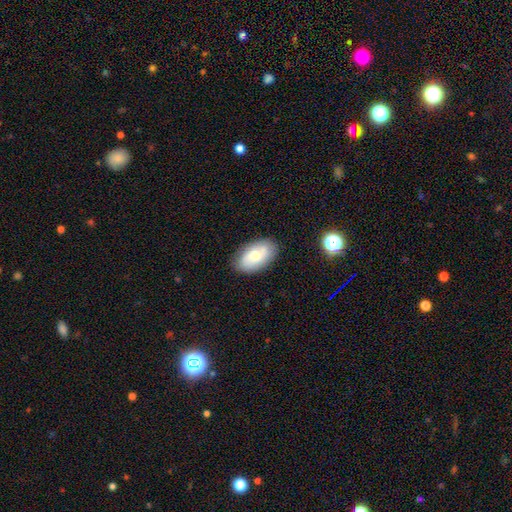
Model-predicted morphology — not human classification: Smooth or featured? smooth (62%)
How rounded? in between (93%)
Merging? none (83%)